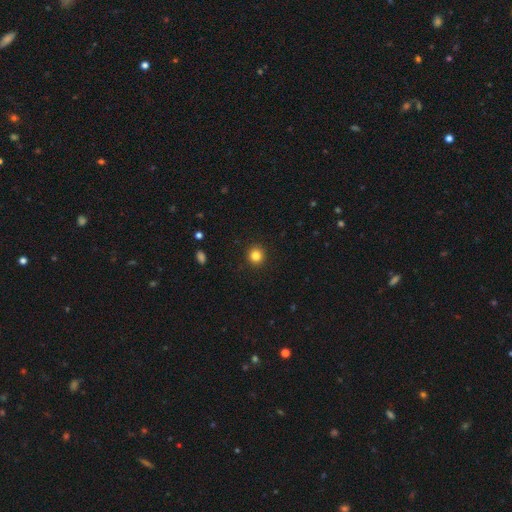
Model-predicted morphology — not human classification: Smooth or featured? smooth (83%)
How rounded? round (93%)
Merging? none (93%)